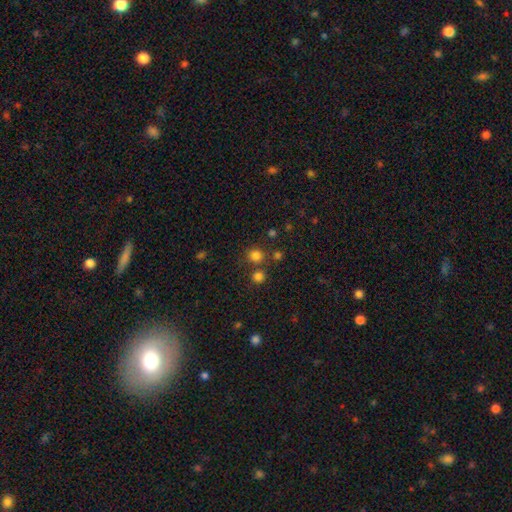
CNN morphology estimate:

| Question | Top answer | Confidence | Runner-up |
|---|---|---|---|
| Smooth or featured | smooth | 77% | star or artifact (18%) |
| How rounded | round | 89% | in between (10%) |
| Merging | none | 73% | merger (15%) |